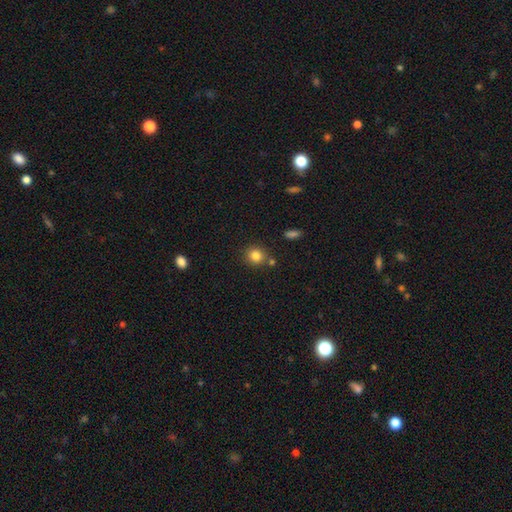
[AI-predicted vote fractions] Smooth or featured? Predicted: smooth (p=0.83). How rounded? Predicted: round (p=0.85). Merging? Predicted: none (p=0.78).